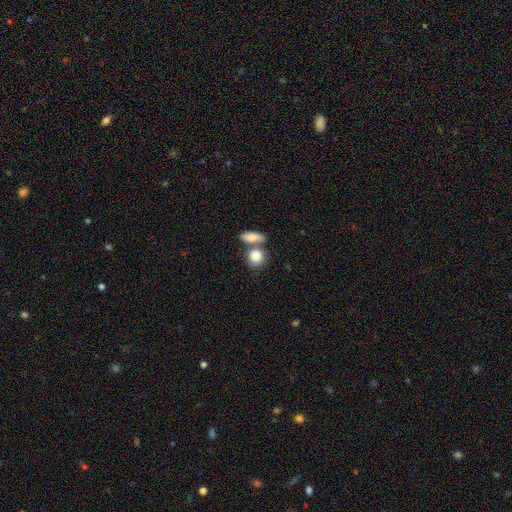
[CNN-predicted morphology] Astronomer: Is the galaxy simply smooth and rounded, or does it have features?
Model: smooth — 83%.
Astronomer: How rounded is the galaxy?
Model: round — 64%.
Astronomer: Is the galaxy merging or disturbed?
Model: none — 47% (runner-up: merger, 39%).